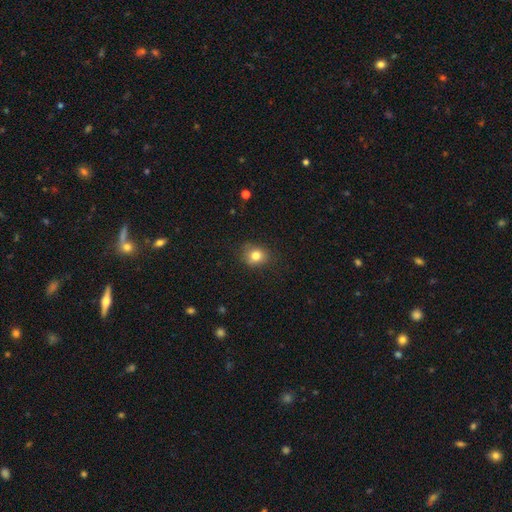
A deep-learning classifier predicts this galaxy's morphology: This appears to be a smooth galaxy with no disk features (80%) that is round (66%). Merging: none (77%).